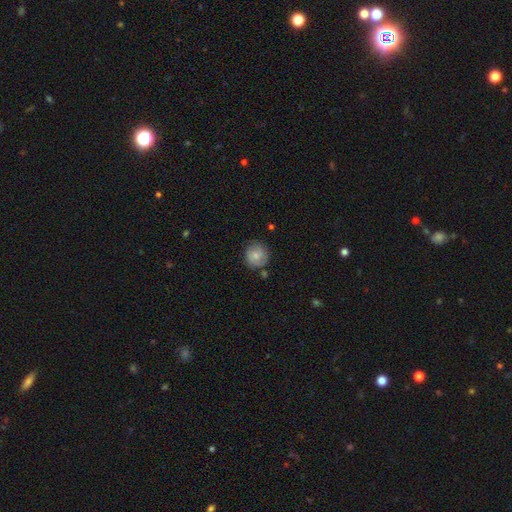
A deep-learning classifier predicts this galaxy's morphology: This is possibly a smooth galaxy (58%). How rounded: clearly round (88%). Merging: likely none (75%).